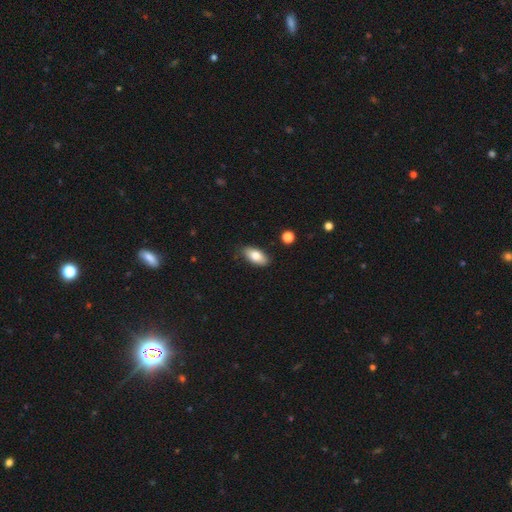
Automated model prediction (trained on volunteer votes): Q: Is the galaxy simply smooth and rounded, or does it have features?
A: smooth — 78%.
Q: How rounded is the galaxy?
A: in between — 90%.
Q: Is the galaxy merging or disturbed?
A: none — 85%.